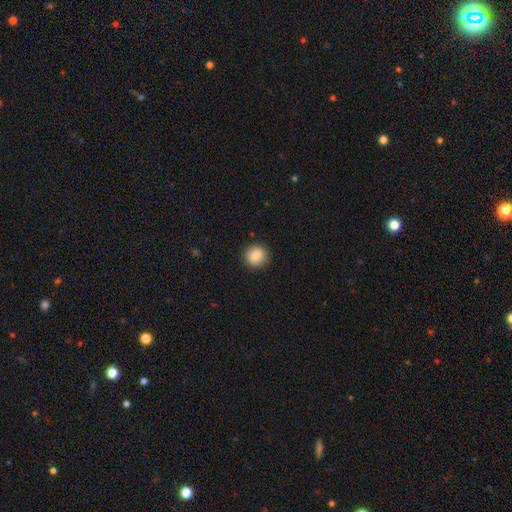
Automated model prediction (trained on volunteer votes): smooth 85%, star or artifact 9%, featured or disk 7%. Down the decision tree: how rounded — round (92%); merging — none (90%).